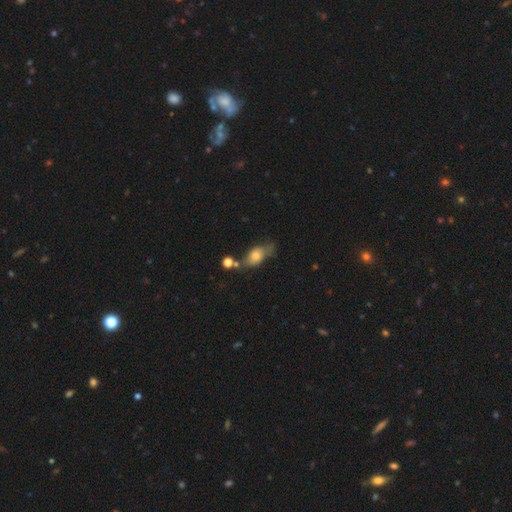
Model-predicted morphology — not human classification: This is likely a smooth galaxy (64%). How rounded: likely in between (76%). Merging: possibly none (48%).